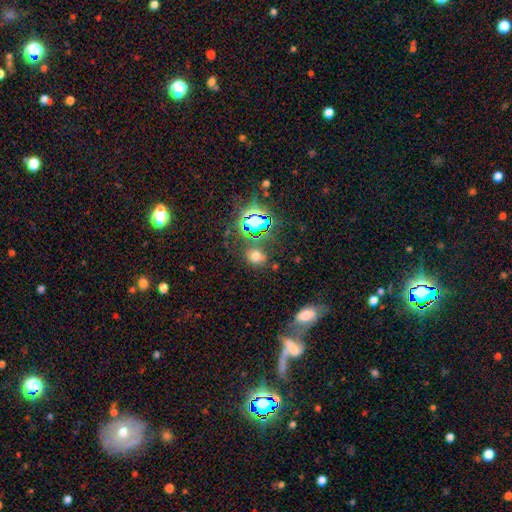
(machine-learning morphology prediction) type=smooth (59%); roundness=round (59%); merging=none (70%).